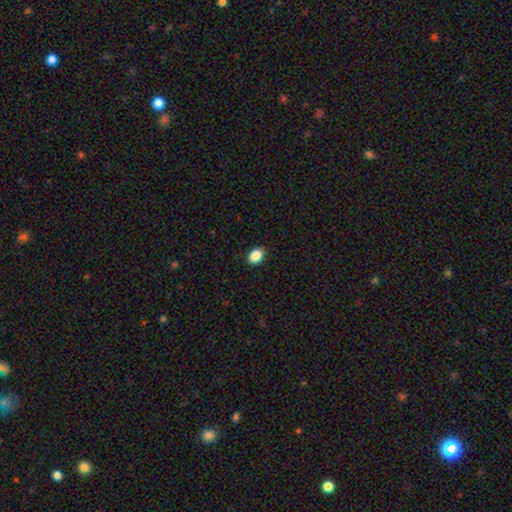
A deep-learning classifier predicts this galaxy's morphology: Smooth or featured? smooth (89%)
How rounded? in between (77%)
Merging? none (90%)